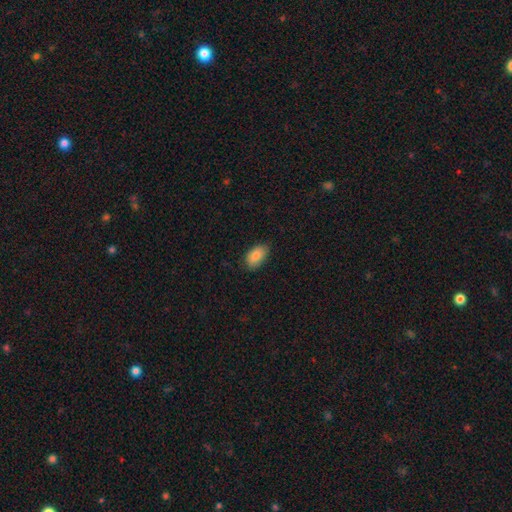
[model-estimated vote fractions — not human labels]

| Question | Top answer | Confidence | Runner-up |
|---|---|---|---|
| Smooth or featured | smooth | 86% | featured or disk (8%) |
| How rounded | in between | 93% | round (5%) |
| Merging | none | 81% | minor disturbance (16%) |